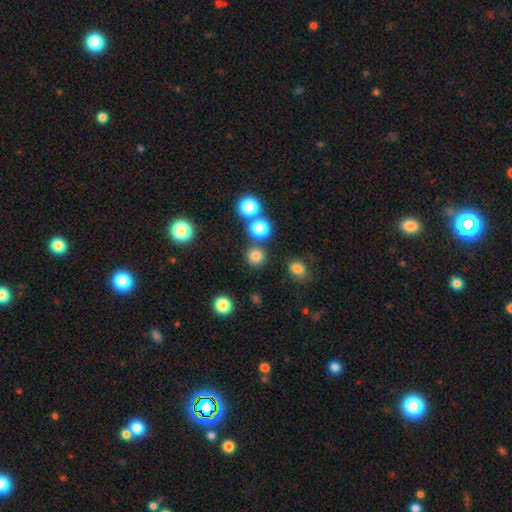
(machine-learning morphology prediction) smooth-or-featured: smooth: 79% | star or artifact: 16% | featured or disk: 5%
  how-rounded: round: 92% | in between: 7% | cigar-shaped: 1%
  merging: none: 77% | merger: 12% | minor disturbance: 8% | major disturbance: 3%